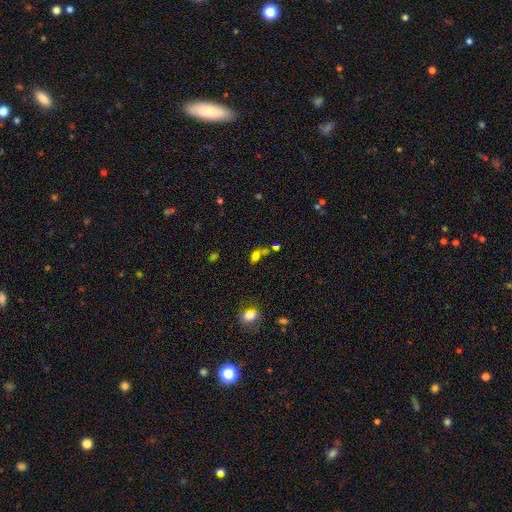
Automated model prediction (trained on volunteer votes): A smooth galaxy with no disk features (71%) that is in between round and cigar-shaped (80%).

Vote fractions:
- Smooth or featured? smooth: 71% / star or artifact: 18% / featured or disk: 11%
- How rounded? in between: 80% / round: 15% / cigar-shaped: 5%
- Merging? none: 41% / merger: 37% / minor disturbance: 13% / major disturbance: 8%